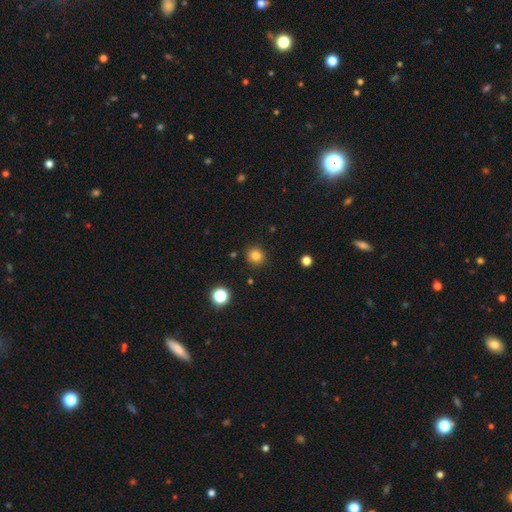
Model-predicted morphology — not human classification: smooth 82%, star or artifact 13%, featured or disk 5%. Down the decision tree: how rounded — round (84%); merging — none (88%).